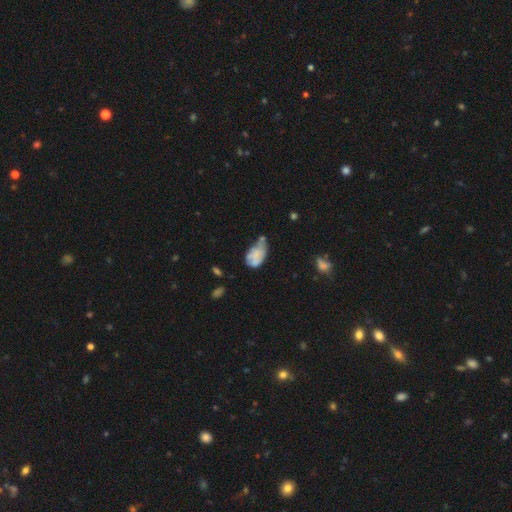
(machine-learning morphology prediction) Overall: smooth (59%; featured or disk 31%). How rounded: in between (89%). Merging: minor disturbance (39%; none 25%).